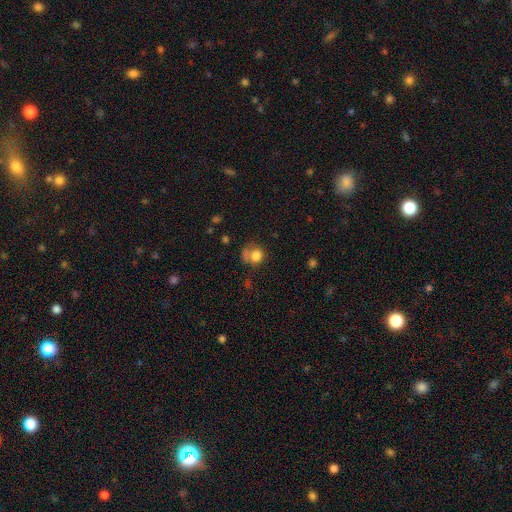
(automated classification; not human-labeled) Smooth or featured?
  - smooth: 77% *
  - featured or disk: 12%
  - star or artifact: 11%
How rounded?
  - round: 76% *
  - in between: 23%
  - cigar-shaped: 1%
Merging?
  - none: 44% *
  - minor disturbance: 21%
  - major disturbance: 19%
  - merger: 16%